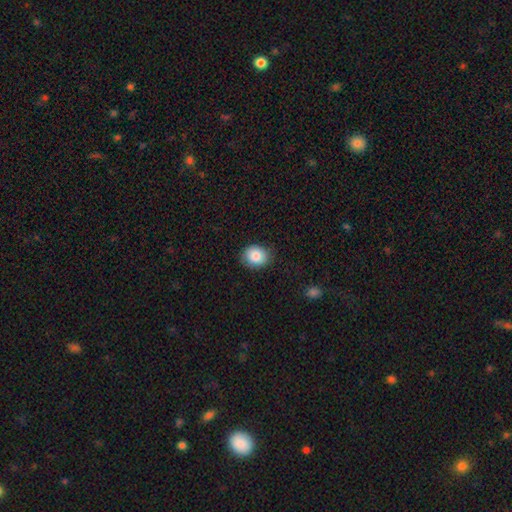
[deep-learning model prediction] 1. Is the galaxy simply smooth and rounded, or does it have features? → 86% smooth, 8% star or artifact, 6% featured or disk.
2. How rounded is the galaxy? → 52% round, 47% in between, 1% cigar-shaped.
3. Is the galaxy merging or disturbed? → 85% none, 11% minor disturbance, 3% major disturbance, 1% merger.